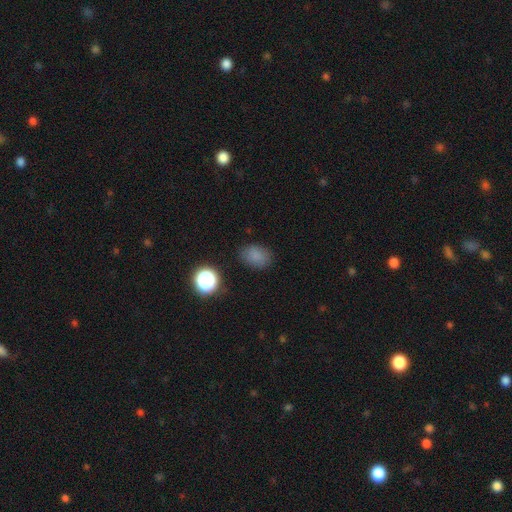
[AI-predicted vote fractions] Smooth or featured? Predicted: smooth (p=0.80). How rounded? Predicted: in between (p=0.67). Merging? Predicted: none (p=0.80).